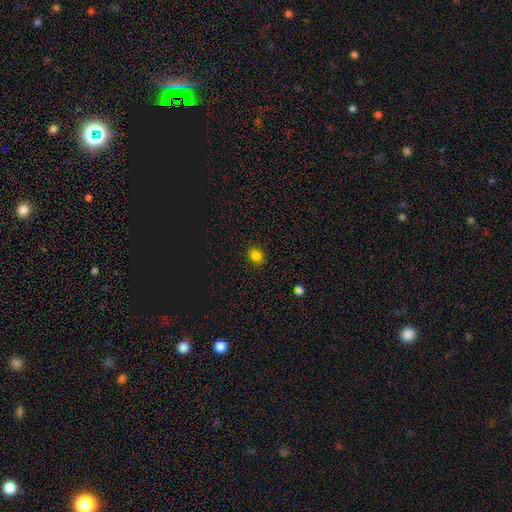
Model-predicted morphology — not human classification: smooth_or_featured: smooth (p=0.81) [alt: star or artifact p=0.15]
how_rounded: round (p=0.68) [alt: in between p=0.31]
merging: none (p=0.89) [alt: minor disturbance p=0.07]